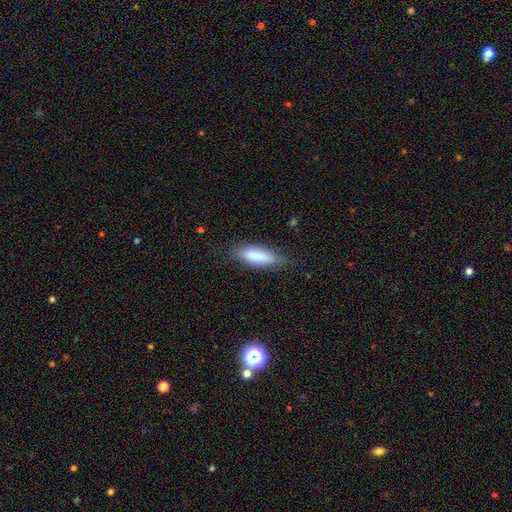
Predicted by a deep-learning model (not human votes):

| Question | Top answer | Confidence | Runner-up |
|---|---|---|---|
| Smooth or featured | smooth | 81% | featured or disk (12%) |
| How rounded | in between | 51% | cigar-shaped (47%) |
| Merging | none | 76% | minor disturbance (18%) |